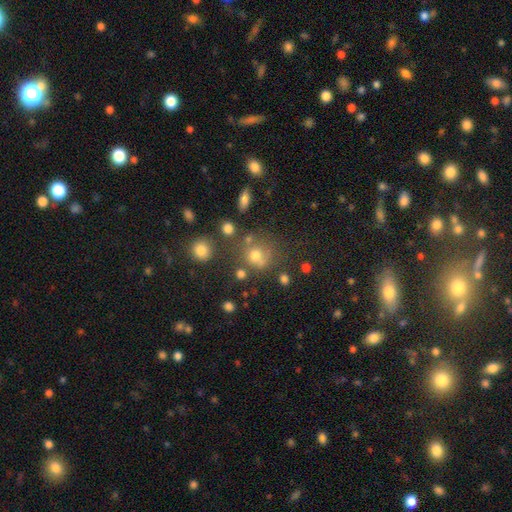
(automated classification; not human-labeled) A smooth galaxy with no disk features (68%) that is round (79%). Merging: none (55%).